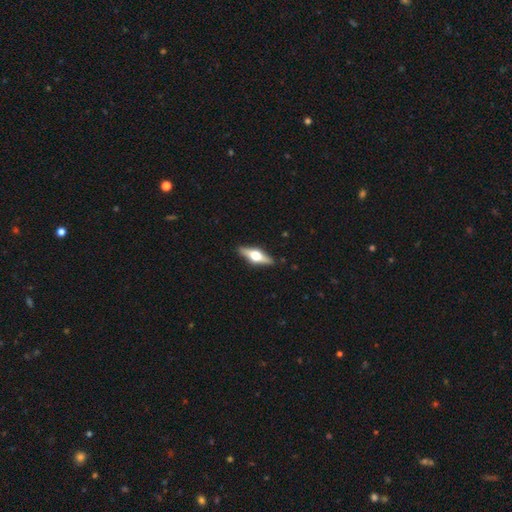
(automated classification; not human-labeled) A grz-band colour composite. It shows a featured or disk galaxy (67%) viewed edge-on (95%) with a rounded central bulge (96%). Merging: none (90%).